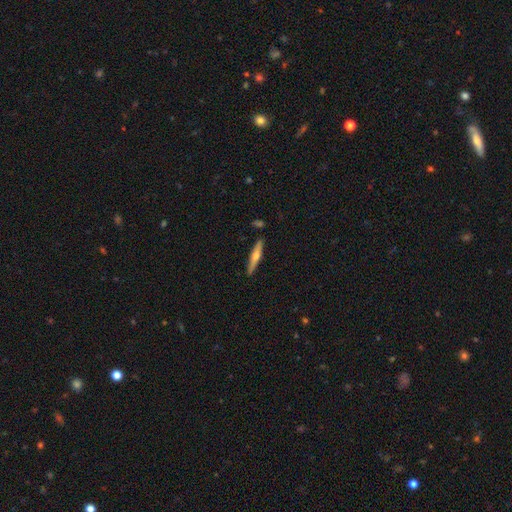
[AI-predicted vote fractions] smooth_or_featured: featured or disk (p=0.59) [alt: smooth p=0.35]
disk_edge_on: yes (p=0.96) [alt: no p=0.04]
edge_on_bulge: rounded (p=0.90) [alt: none p=0.07]
merging: none (p=0.89) [alt: minor disturbance p=0.07]